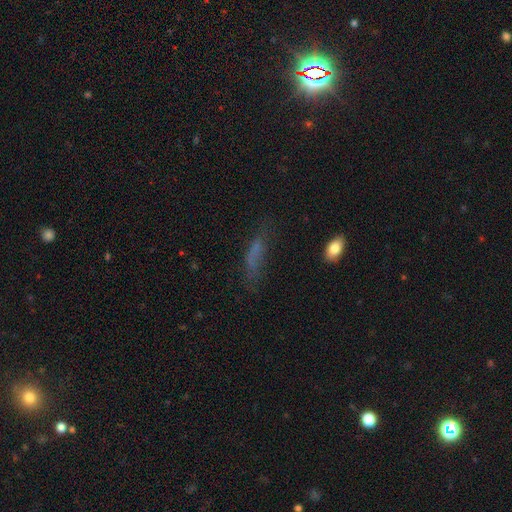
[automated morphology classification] Smooth or featured: smooth — 47% (star or artifact — 29%)
Merging: none — 64% (minor disturbance — 21%)